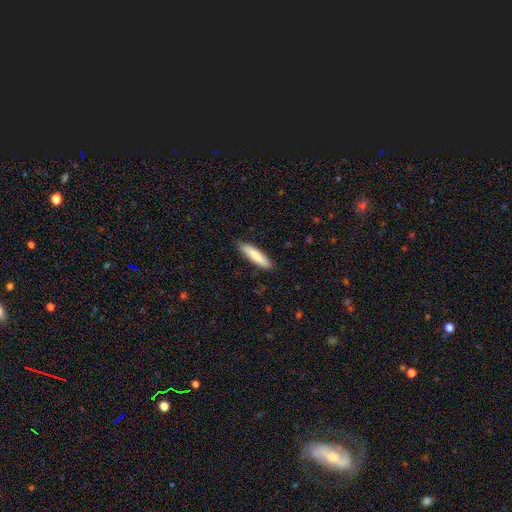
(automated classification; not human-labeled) This is clearly a smooth galaxy (81%). How rounded: likely cigar-shaped (76%). Merging: clearly none (88%).